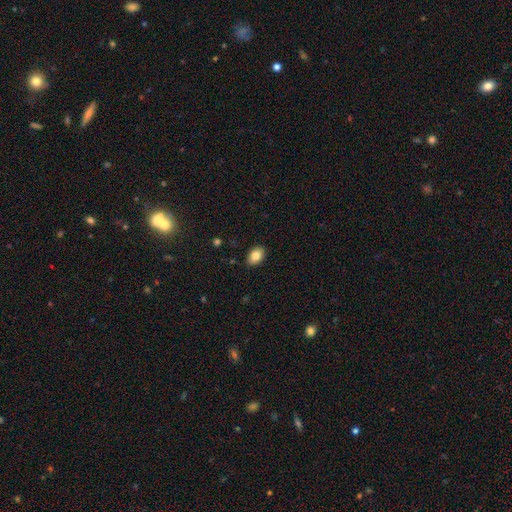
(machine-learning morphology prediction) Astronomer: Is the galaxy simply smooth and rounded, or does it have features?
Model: smooth — 84%.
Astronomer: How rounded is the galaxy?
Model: in between — 85%.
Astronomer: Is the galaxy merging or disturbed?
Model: none — 89%.